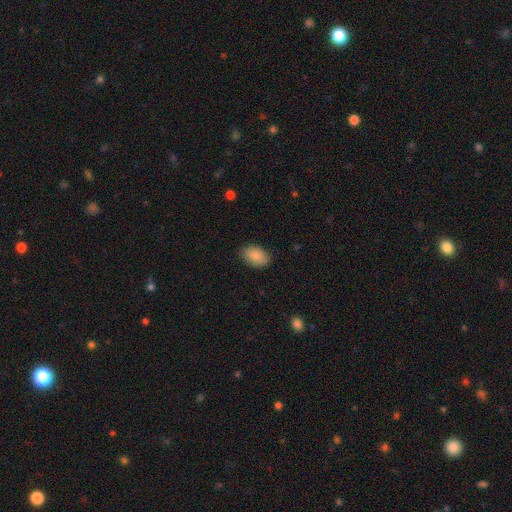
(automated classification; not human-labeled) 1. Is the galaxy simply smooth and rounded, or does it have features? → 84% smooth, 8% featured or disk, 7% star or artifact.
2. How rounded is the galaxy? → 87% in between, 11% round, 1% cigar-shaped.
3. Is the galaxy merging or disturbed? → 83% none, 13% minor disturbance, 3% major disturbance, 1% merger.